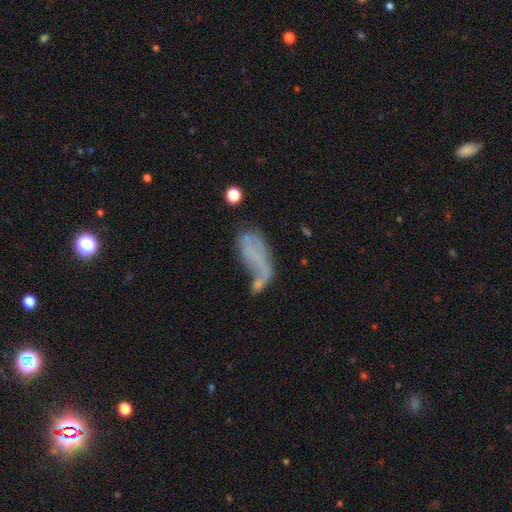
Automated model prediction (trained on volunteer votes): A smooth galaxy with no disk features (43%).

Vote fractions:
- Smooth or featured? smooth: 43% / featured or disk: 42% / star or artifact: 15%
- Merging? major disturbance: 38% / none: 22% / merger: 21% / minor disturbance: 19%